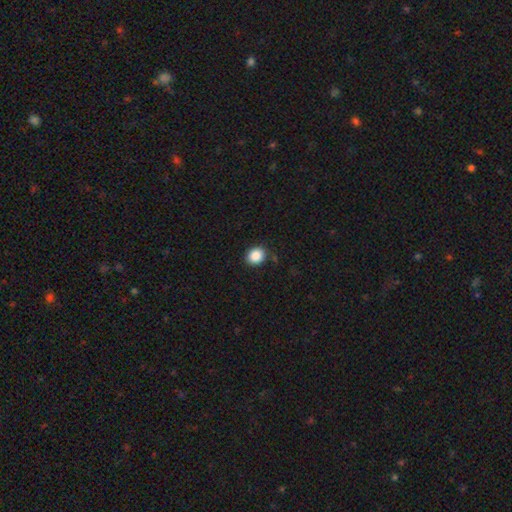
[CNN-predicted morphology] Smooth or featured? Predicted: smooth (p=0.88). How rounded? Predicted: round (p=0.68). Merging? Predicted: none (p=0.86).